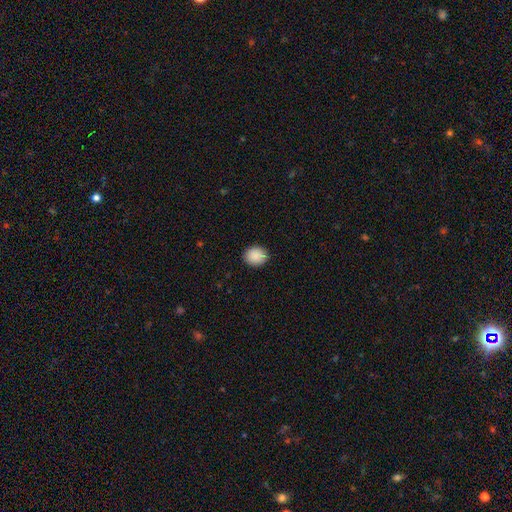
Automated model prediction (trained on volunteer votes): This appears to be a smooth galaxy with no disk features (90%) that is round (67%). Merging: none (87%).